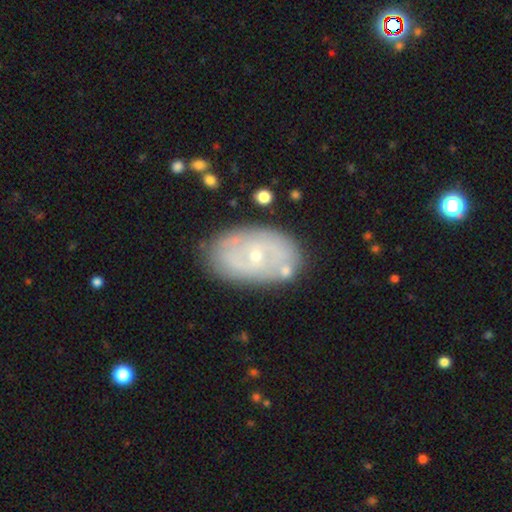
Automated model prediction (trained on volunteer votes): Morphology: type=featured or disk (69%); edge-on=no (95%); bar=no (72%); spiral arms=yes (72%); bulge=small (74%); merging=none (76%).